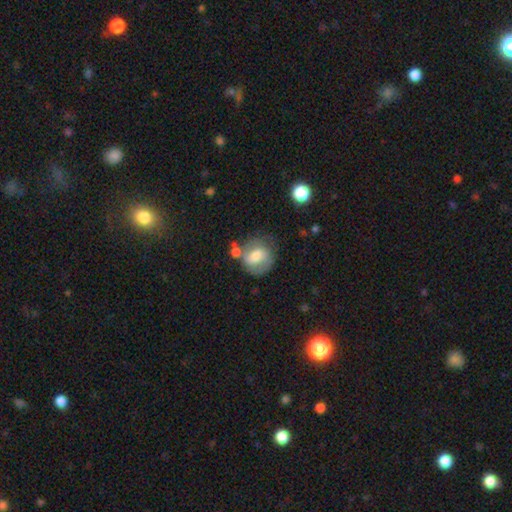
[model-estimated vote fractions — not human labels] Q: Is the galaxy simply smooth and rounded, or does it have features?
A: smooth — 53%.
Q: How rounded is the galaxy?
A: round — 72%.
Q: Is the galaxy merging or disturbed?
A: none — 55%.